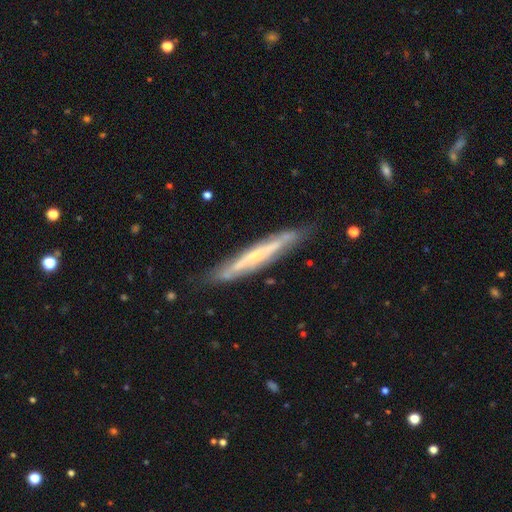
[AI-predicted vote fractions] Smooth or featured: featured or disk — 71% (smooth — 23%)
Edge-on disk: yes — 78% (no — 22%)
Edge-on bulge: rounded — 59% (none — 36%)
Merging: none — 80% (minor disturbance — 15%)